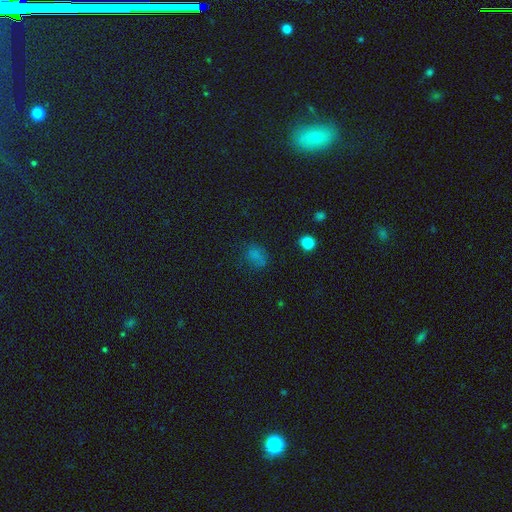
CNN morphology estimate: Smooth or featured: smooth — 66% (star or artifact — 26%)
How rounded: in between — 59% (round — 40%)
Merging: none — 65% (minor disturbance — 21%)